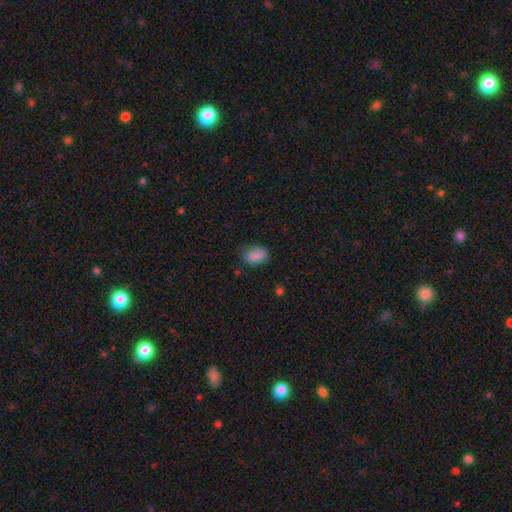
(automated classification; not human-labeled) Smooth or featured? smooth (86%)
How rounded? in between (87%)
Merging? none (68%)